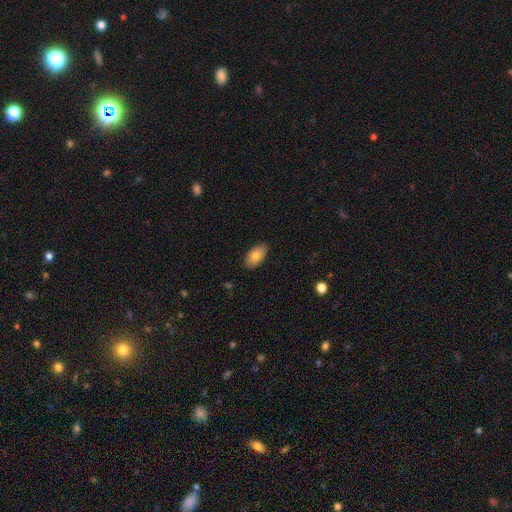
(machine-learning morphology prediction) smooth-or-featured: smooth: 82% | featured or disk: 11% | star or artifact: 7%
  how-rounded: in between: 94% | round: 4% | cigar-shaped: 2%
  merging: none: 87% | minor disturbance: 10% | major disturbance: 2% | merger: 1%